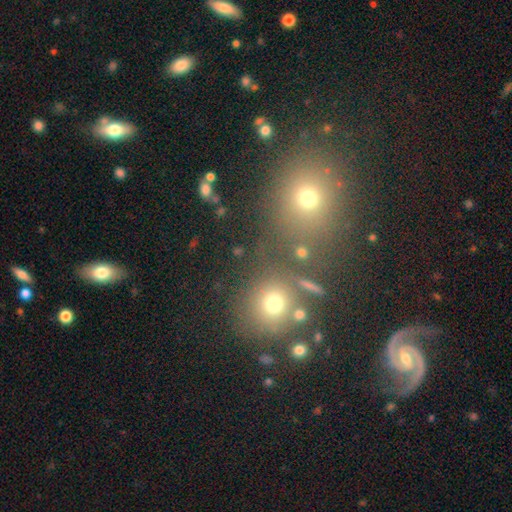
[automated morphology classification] This is marginally a smooth galaxy (44%). Merging: likely none (72%).